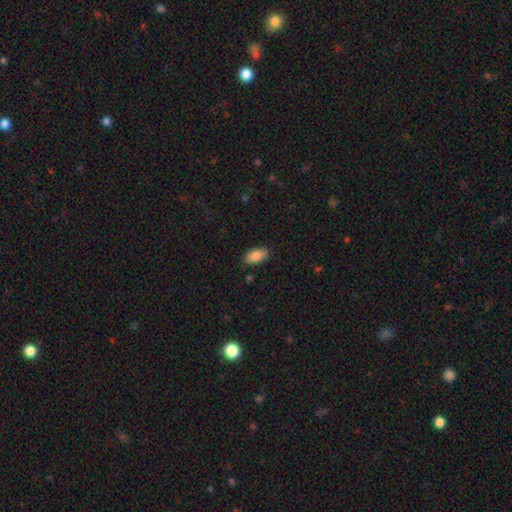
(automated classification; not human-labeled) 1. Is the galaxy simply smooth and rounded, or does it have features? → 88% smooth, 7% star or artifact, 5% featured or disk.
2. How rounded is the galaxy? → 92% in between, 5% cigar-shaped, 3% round.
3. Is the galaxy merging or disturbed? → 86% none, 11% minor disturbance, 2% major disturbance, 1% merger.